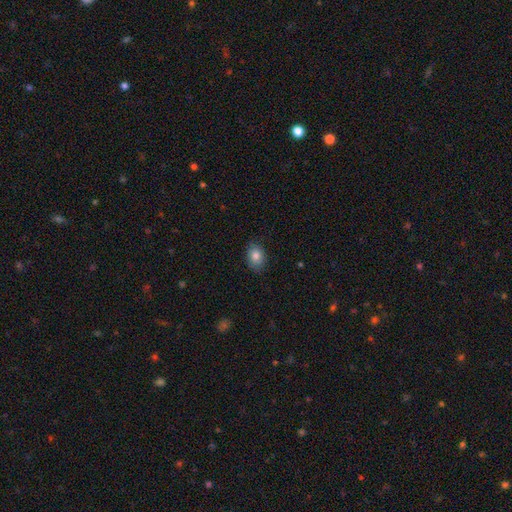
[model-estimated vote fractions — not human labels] smooth_or_featured: smooth (p=0.84) [alt: star or artifact p=0.09]
how_rounded: in between (p=0.70) [alt: round p=0.29]
merging: none (p=0.83) [alt: minor disturbance p=0.13]